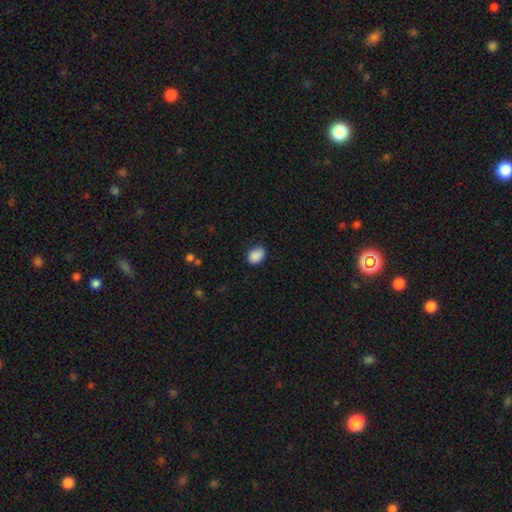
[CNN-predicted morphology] smooth 89%, star or artifact 8%, featured or disk 3%. Down the decision tree: how rounded — in between (69%); merging — none (78%).